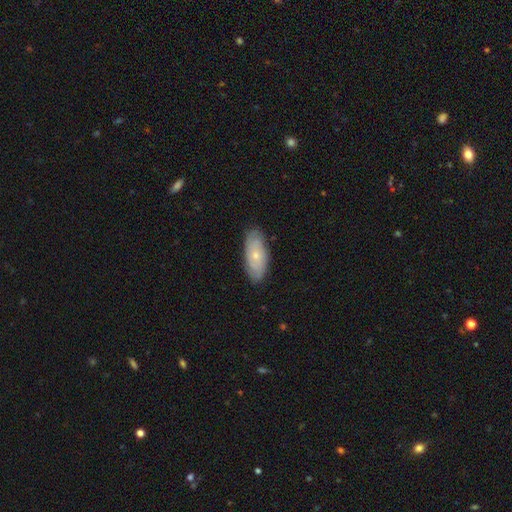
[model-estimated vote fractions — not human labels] Smooth or featured: featured or disk — 54% (smooth — 40%)
Edge-on disk: no — 88% (yes — 12%)
Merging: none — 82% (minor disturbance — 14%)